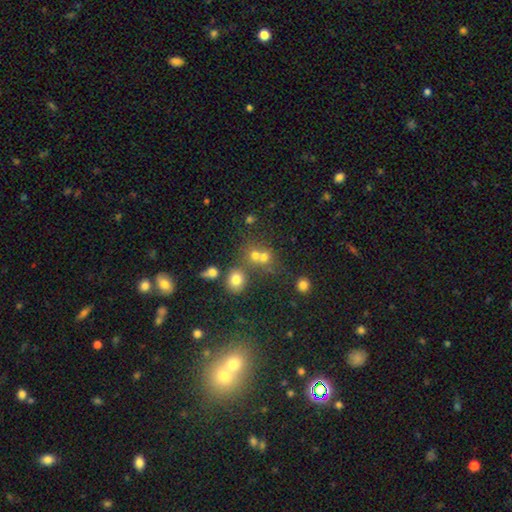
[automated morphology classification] A smooth galaxy with no disk features (66%) that is round (81%).

Vote fractions:
- Smooth or featured? smooth: 66% / star or artifact: 21% / featured or disk: 13%
- How rounded? round: 81% / in between: 18% / cigar-shaped: 1%
- Merging? none: 44% (tied) / merger: 44% (tied) / minor disturbance: 8% / major disturbance: 5%